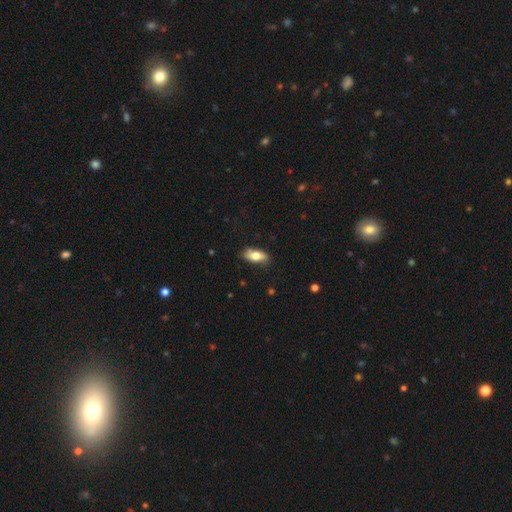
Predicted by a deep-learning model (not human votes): Morphology: type=smooth (73%); roundness=in between (84%); merging=none (80%).